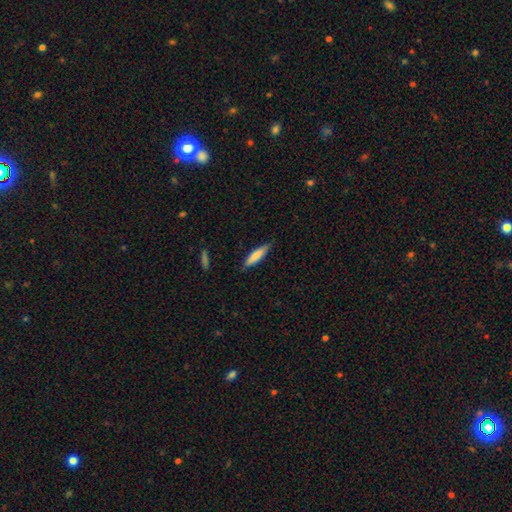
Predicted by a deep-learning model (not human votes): The model was most divided on "how rounded": cigar-shaped: 77%, in between: 22%, round: 1%. More confident: merging — none (82%); smooth or featured — smooth (78%).